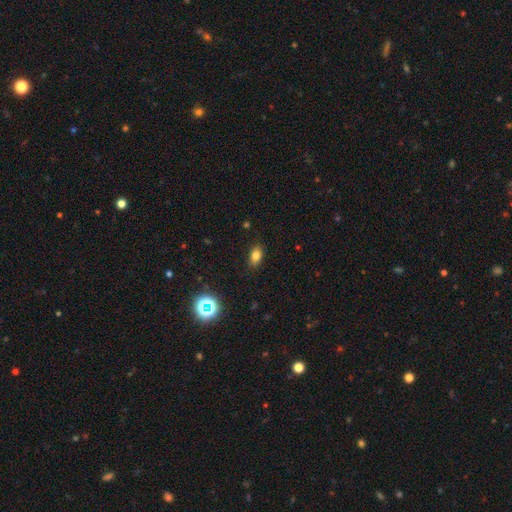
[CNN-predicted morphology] This appears to be a smooth galaxy with no disk features (79%) that is in between round and cigar-shaped (83%). Merging: none (86%).